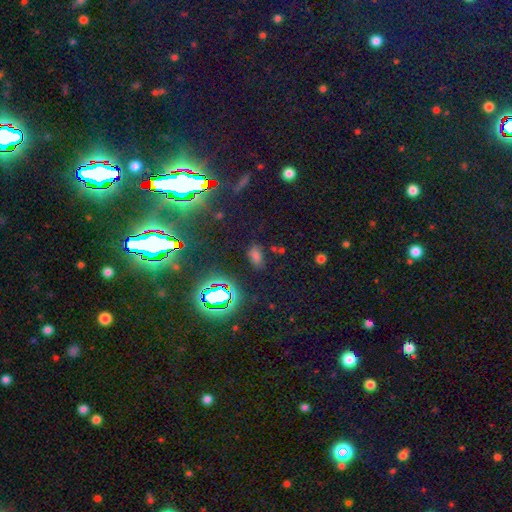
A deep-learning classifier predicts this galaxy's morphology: type=smooth (53%); roundness=in between (84%); merging=none (78%).